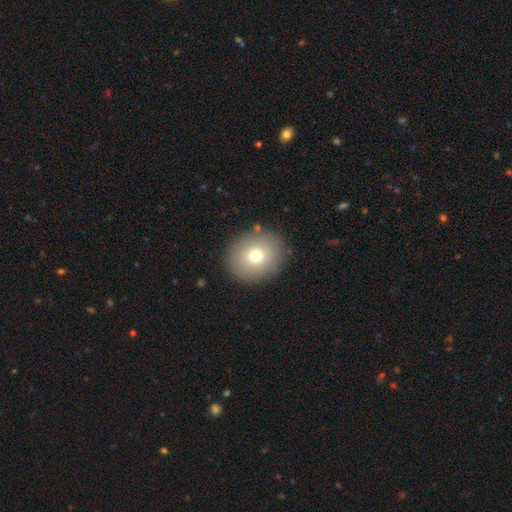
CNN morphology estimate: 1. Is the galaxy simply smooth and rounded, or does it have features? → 73% smooth, 16% featured or disk, 11% star or artifact.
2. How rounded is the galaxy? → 78% round, 21% in between, 1% cigar-shaped.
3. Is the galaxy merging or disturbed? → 88% none, 8% minor disturbance, 3% major disturbance, 2% merger.